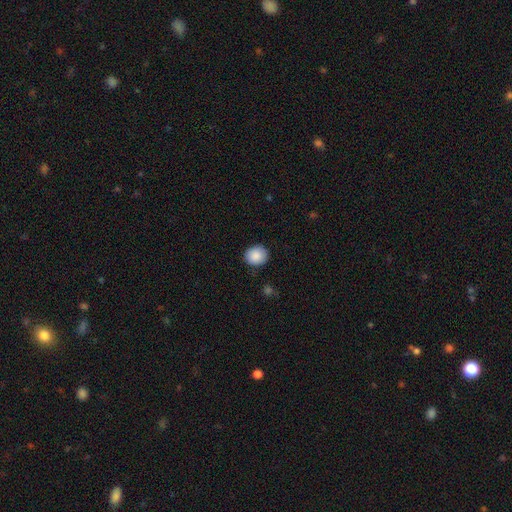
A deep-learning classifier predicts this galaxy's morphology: smooth-or-featured: smooth: 89% | star or artifact: 7% | featured or disk: 4%
  how-rounded: round: 73% | in between: 26% | cigar-shaped: 1%
  merging: none: 88% | minor disturbance: 9% | major disturbance: 2% | merger: 1%